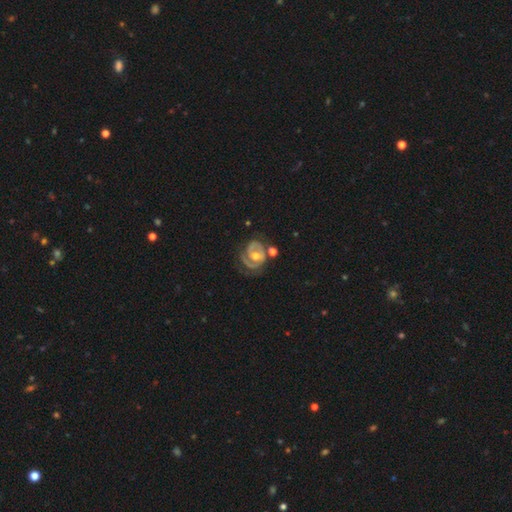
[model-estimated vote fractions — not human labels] featured or disk 82%, smooth 12%, star or artifact 5%. Down the decision tree: edge-on disk — no (98%); bar — no (55%); spiral arms — yes (91%); spiral arm count — 2 (51%); spiral winding — tight (59%); bulge size — moderate (68%); merging — none (56%).